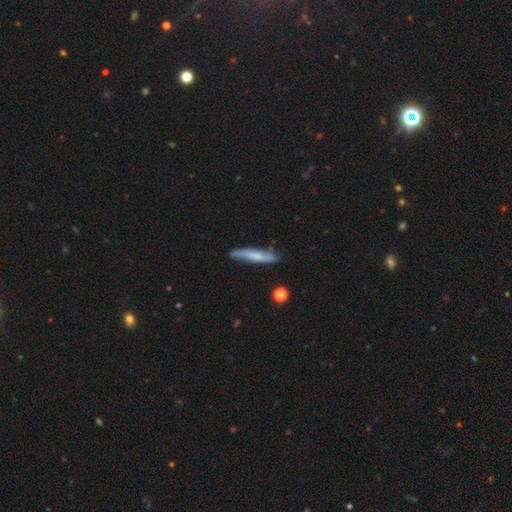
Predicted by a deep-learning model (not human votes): This appears to be a smooth galaxy with no disk features (54%) that is cigar-shaped (91%). Merging: none (76%).